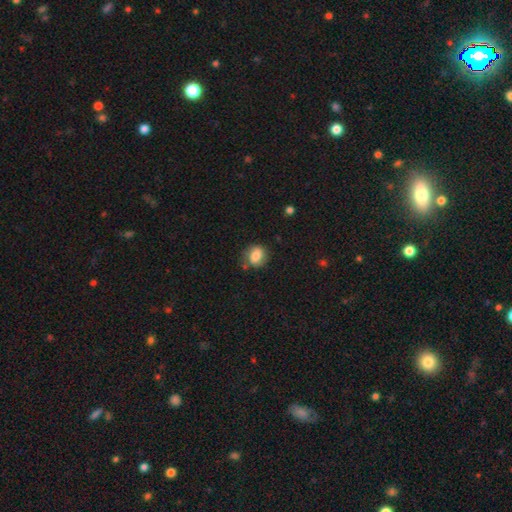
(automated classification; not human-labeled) Morphology: type=smooth (78%); roundness=round (58%); merging=none (70%).